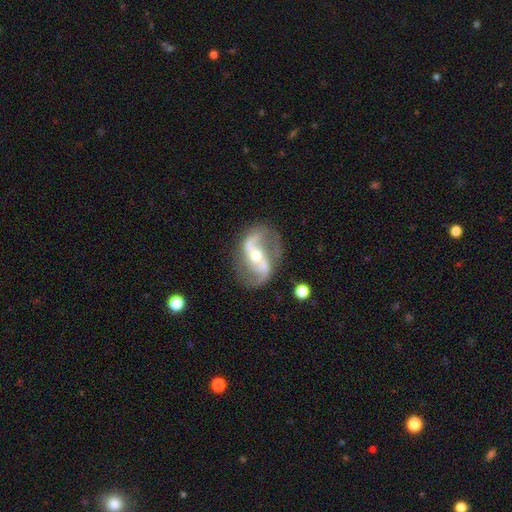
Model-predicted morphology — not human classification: featured or disk 91%, star or artifact 5%, smooth 4%. Down the decision tree: edge-on disk — no (97%); bar — strong (38%); spiral arms — yes (96%); spiral arm count — 2 (94%); spiral winding — loose (61%); bulge size — moderate (59%); merging — none (78%).